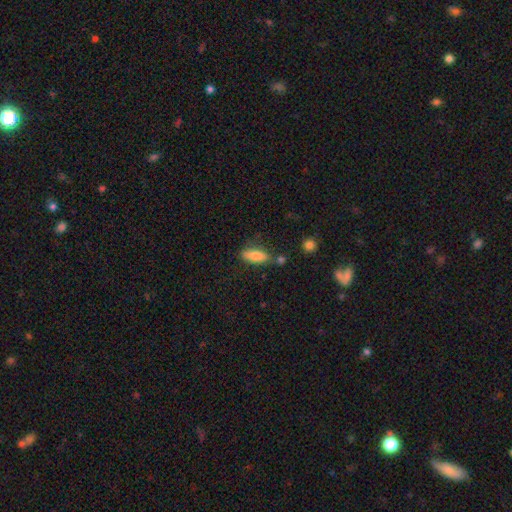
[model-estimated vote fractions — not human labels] A smooth galaxy with no disk features (81%) that is in between round and cigar-shaped (67%).

Vote fractions:
- Smooth or featured? smooth: 81% / featured or disk: 12% / star or artifact: 7%
- How rounded? in between: 67% / cigar-shaped: 30% / round: 3%
- Merging? none: 66% / minor disturbance: 19% / merger: 10% / major disturbance: 6%